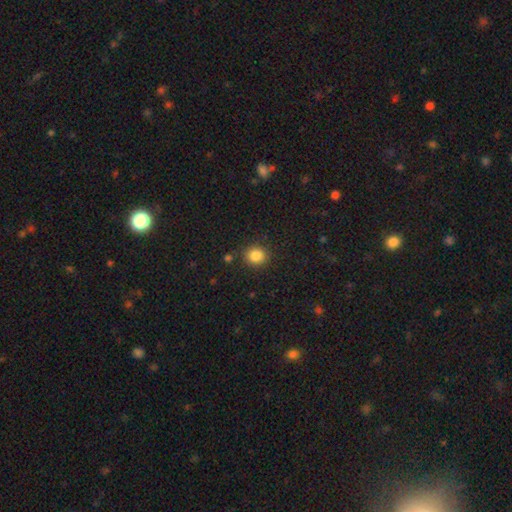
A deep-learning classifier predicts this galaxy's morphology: type=smooth (85%); roundness=round (82%); merging=none (87%).